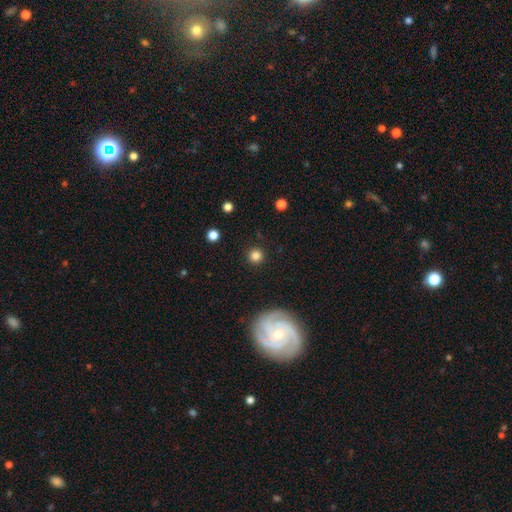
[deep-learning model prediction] smooth 83%, star or artifact 11%, featured or disk 6%. Down the decision tree: how rounded — round (95%); merging — none (91%).